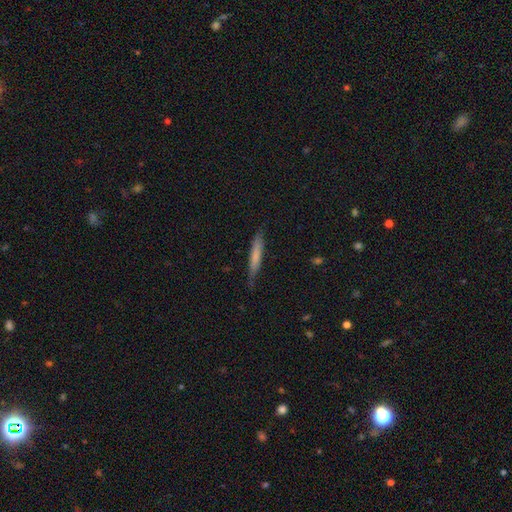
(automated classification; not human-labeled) Morphology: type=smooth (67%); roundness=cigar-shaped (93%); merging=none (76%).